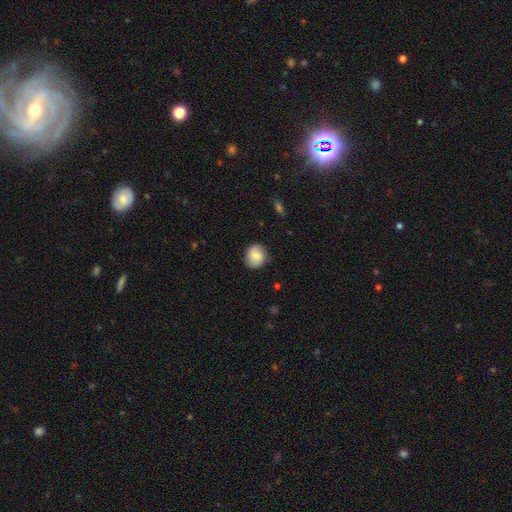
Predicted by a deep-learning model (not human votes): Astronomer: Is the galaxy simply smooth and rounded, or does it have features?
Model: smooth — 79%.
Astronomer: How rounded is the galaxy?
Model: round — 79%.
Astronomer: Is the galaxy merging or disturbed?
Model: none — 84%.